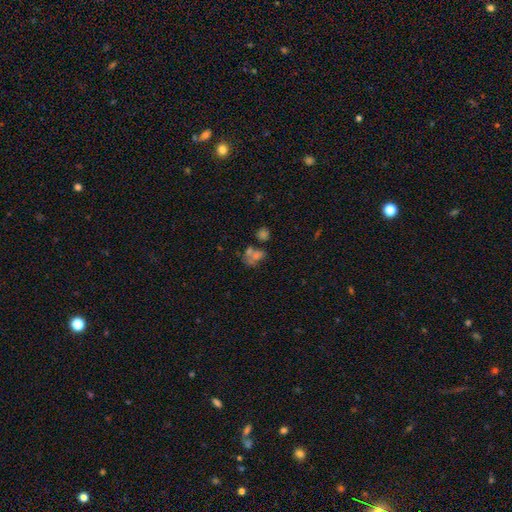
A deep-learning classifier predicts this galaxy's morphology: A smooth galaxy with no disk features (44%).

Vote fractions:
- Smooth or featured? smooth: 44% / star or artifact: 28% / featured or disk: 28%
- Merging? merger: 40% / none: 36% / major disturbance: 12% / minor disturbance: 12%